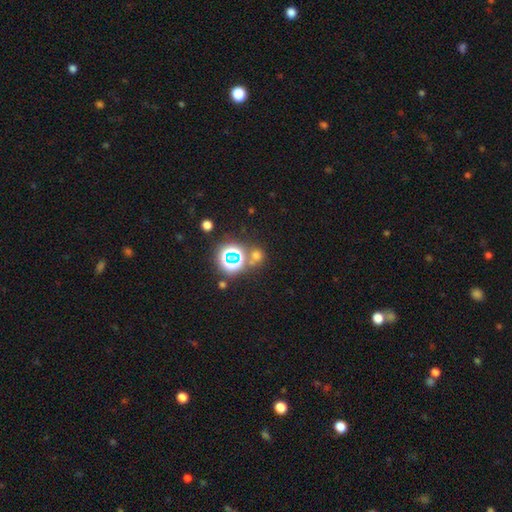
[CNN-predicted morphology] This appears to be a smooth galaxy with no disk features (51%) that is round (83%). Merging: none (67%).